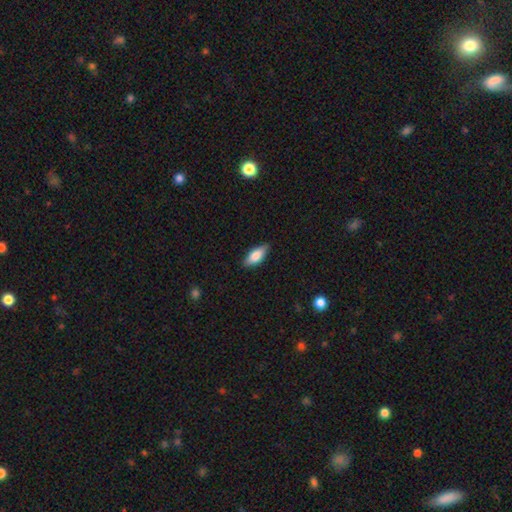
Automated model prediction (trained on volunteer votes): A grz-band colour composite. It shows a smooth galaxy with no disk features (74%) that is in between round and cigar-shaped (77%). Merging: none (85%).